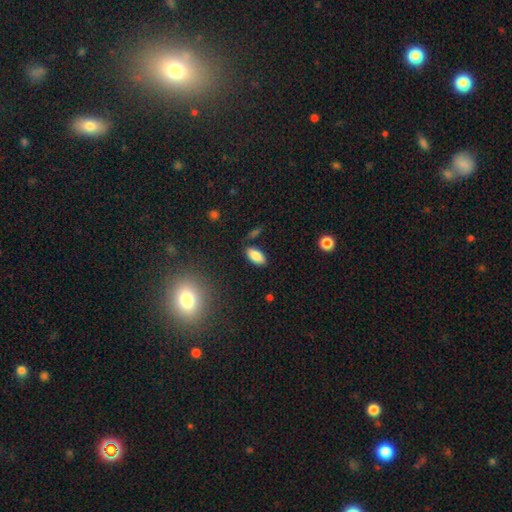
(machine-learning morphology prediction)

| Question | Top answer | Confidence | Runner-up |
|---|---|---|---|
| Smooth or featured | smooth | 85% | star or artifact (8%) |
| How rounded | in between | 90% | cigar-shaped (8%) |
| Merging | none | 83% | minor disturbance (11%) |